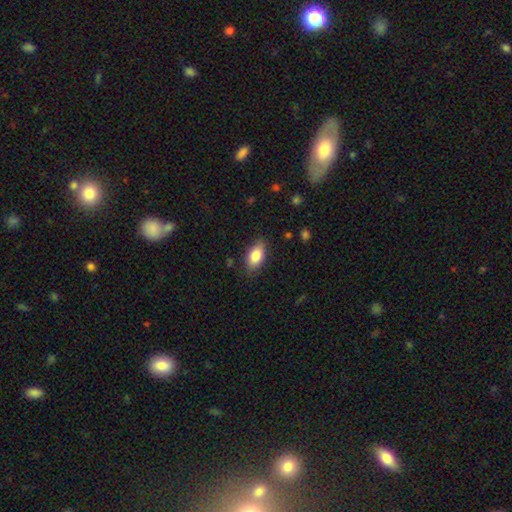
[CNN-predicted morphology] Smooth or featured? smooth (83%)
How rounded? in between (89%)
Merging? none (82%)